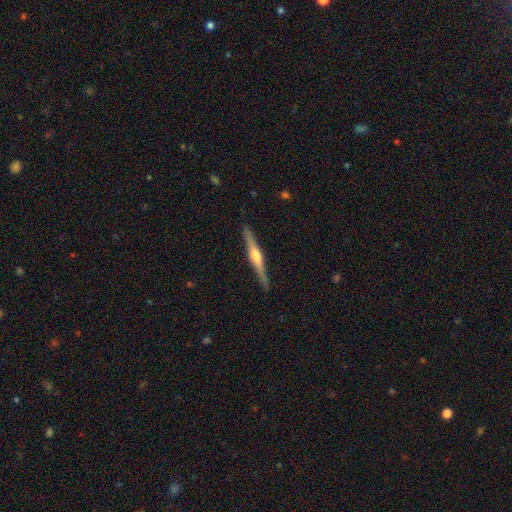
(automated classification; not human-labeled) smooth_or_featured: featured or disk (p=0.78) [alt: smooth p=0.17]
disk_edge_on: yes (p=0.98) [alt: no p=0.02]
edge_on_bulge: rounded (p=0.88) [alt: boxy p=0.08]
merging: none (p=0.91) [alt: minor disturbance p=0.07]